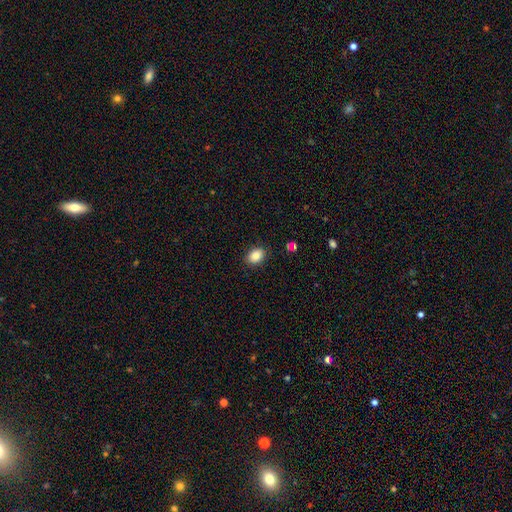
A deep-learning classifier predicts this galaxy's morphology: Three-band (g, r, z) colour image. It shows a smooth galaxy with no disk features (86%) that is in between round and cigar-shaped (75%). Merging: none (88%).